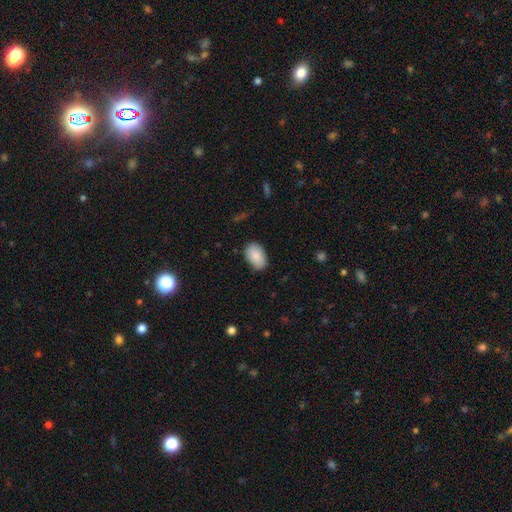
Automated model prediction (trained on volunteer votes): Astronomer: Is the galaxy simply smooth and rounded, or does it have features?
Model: smooth — 88%.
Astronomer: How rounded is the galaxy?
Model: in between — 91%.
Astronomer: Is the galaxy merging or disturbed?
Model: none — 84%.